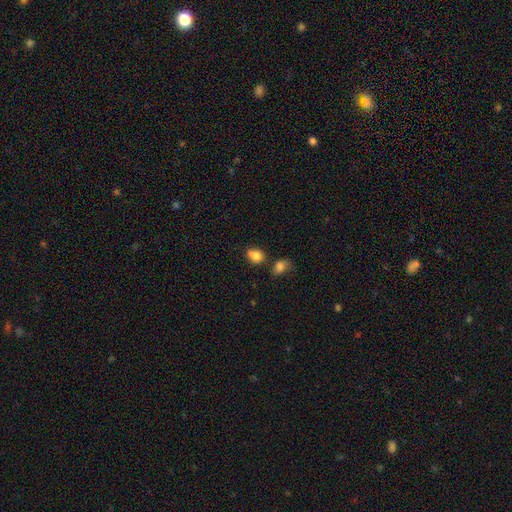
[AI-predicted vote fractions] A smooth galaxy with no disk features (81%) that is in between round and cigar-shaped (50%).

Vote fractions:
- Smooth or featured? smooth: 81% / star or artifact: 11% / featured or disk: 8%
- How rounded? in between: 50% / round: 49% / cigar-shaped: 1%
- Merging? none: 45% / merger: 30% / minor disturbance: 18% / major disturbance: 7%